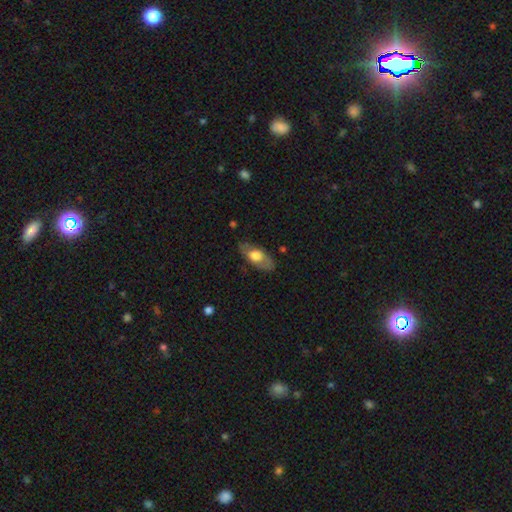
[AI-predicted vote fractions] A smooth galaxy with no disk features (59%) that is in between round and cigar-shaped (86%). Merging: none (77%).